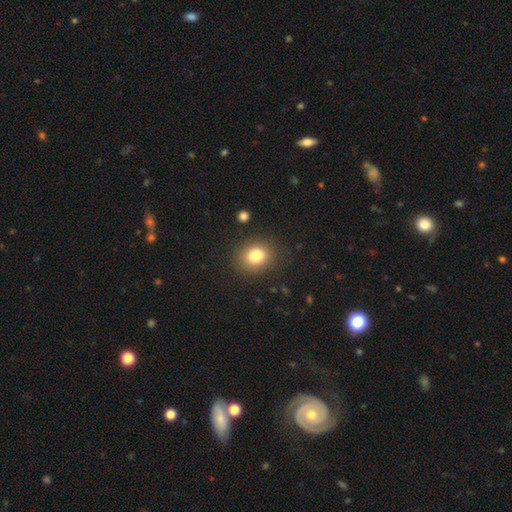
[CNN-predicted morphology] Smooth or featured? smooth (81%)
How rounded? round (64%)
Merging? none (86%)